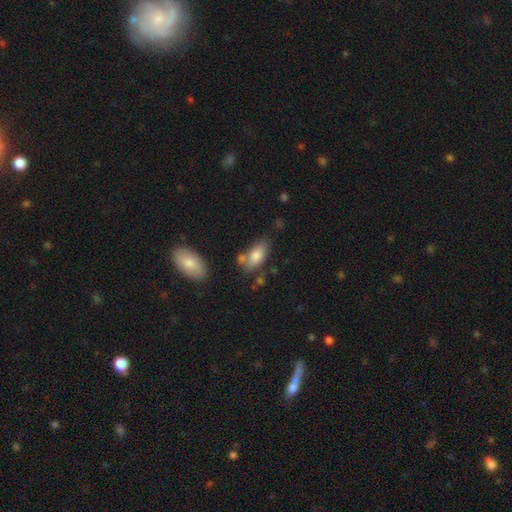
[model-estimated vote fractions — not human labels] Smooth or featured?
  - smooth: 79% *
  - featured or disk: 14%
  - star or artifact: 7%
How rounded?
  - in between: 89% *
  - cigar-shaped: 8%
  - round: 3%
Merging?
  - none: 59% *
  - minor disturbance: 19%
  - merger: 16%
  - major disturbance: 5%